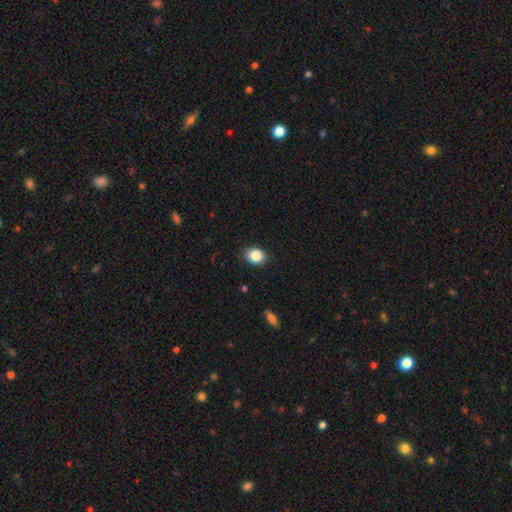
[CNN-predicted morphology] Smooth or featured? Predicted: smooth (p=0.87). How rounded? Predicted: round (p=0.51). Merging? Predicted: none (p=0.88).